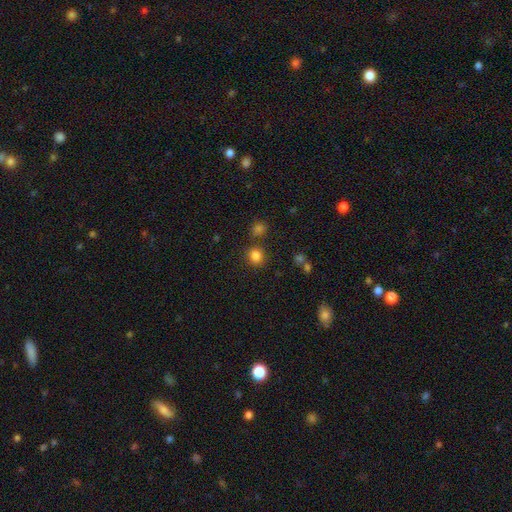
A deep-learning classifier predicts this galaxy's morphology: type=smooth (82%); roundness=round (85%); merging=none (81%).